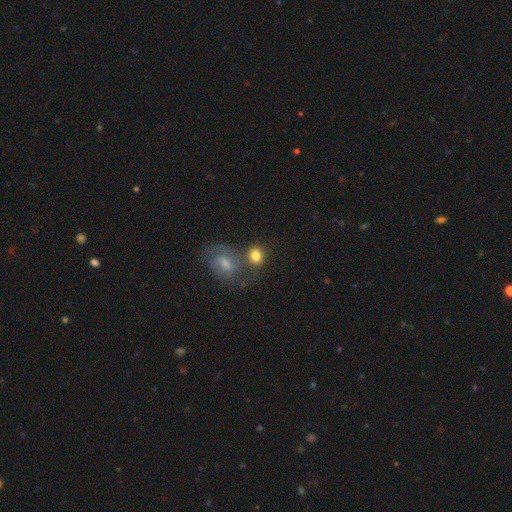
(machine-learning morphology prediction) This appears to be a smooth galaxy with no disk features (73%) that is round (60%). Merging: none (49%).